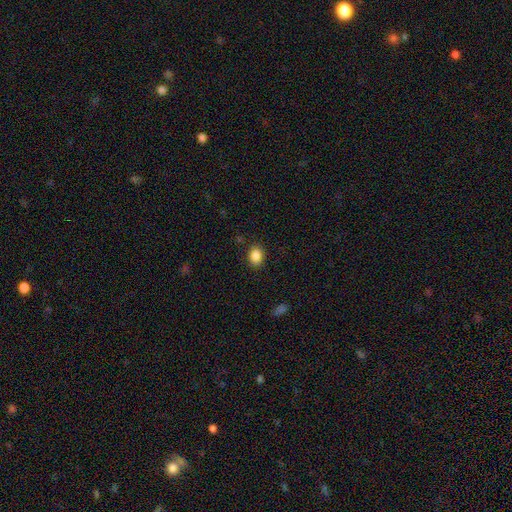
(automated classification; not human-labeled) Q: Smooth or featured?
A: smooth (87%); runner-up: star or artifact (9%)
Q: How rounded?
A: in between (64%); runner-up: round (35%)
Q: Merging?
A: none (87%); runner-up: minor disturbance (9%)